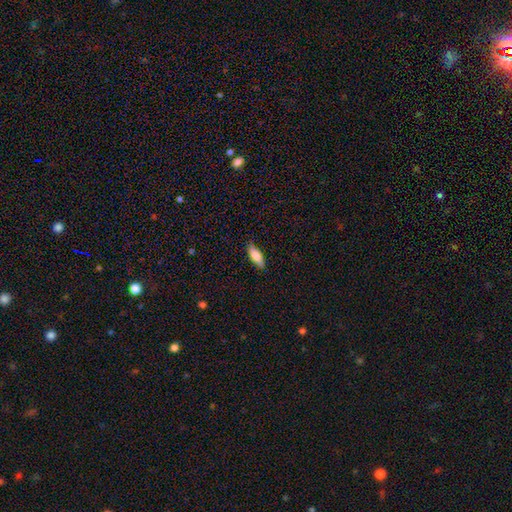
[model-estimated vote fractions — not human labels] A smooth galaxy with no disk features (77%) that is in between round and cigar-shaped (68%). Merging: none (85%).